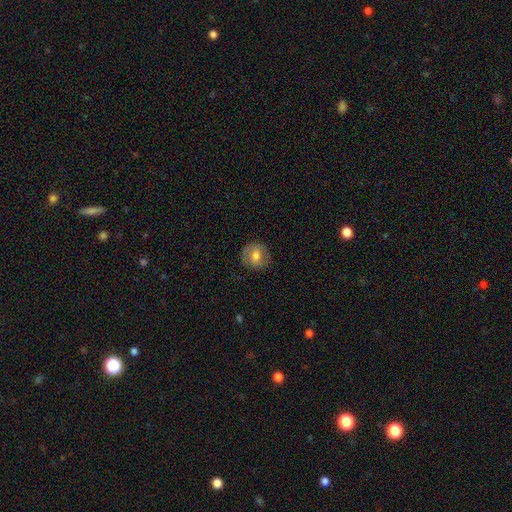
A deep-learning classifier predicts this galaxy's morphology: Overall: smooth (67%). How rounded: round (89%). Merging: none (84%).